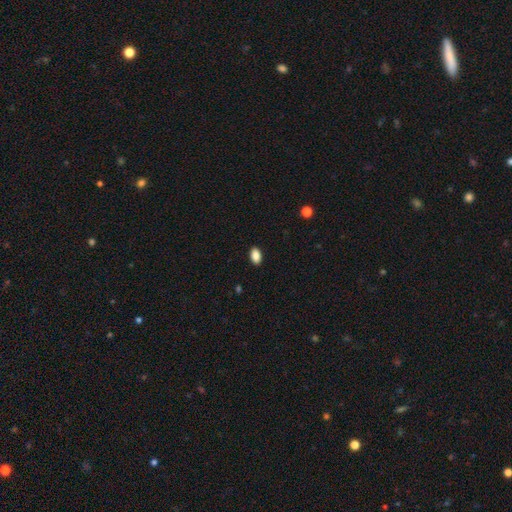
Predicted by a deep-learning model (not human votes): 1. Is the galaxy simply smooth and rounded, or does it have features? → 89% smooth, 8% star or artifact, 3% featured or disk.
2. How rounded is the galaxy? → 92% in between, 6% round, 2% cigar-shaped.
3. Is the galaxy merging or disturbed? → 90% none, 7% minor disturbance, 2% major disturbance, 1% merger.